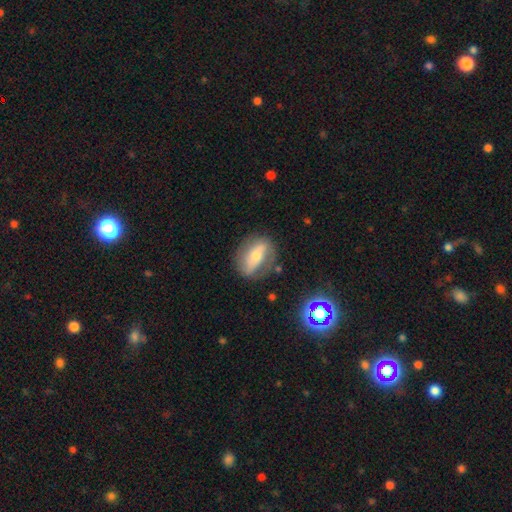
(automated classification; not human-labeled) Smooth or featured: featured or disk — 56% (smooth — 34%)
Edge-on disk: no — 79% (yes — 21%)
Merging: none — 74% (minor disturbance — 17%)